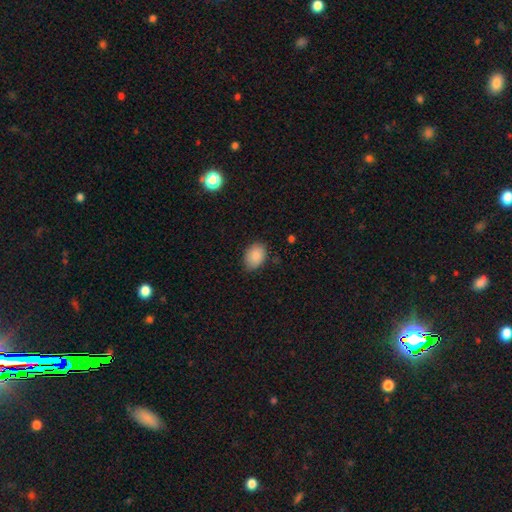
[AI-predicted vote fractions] Q: Smooth or featured?
A: smooth (88%); runner-up: star or artifact (7%)
Q: How rounded?
A: in between (78%); runner-up: round (21%)
Q: Merging?
A: none (81%); runner-up: minor disturbance (15%)